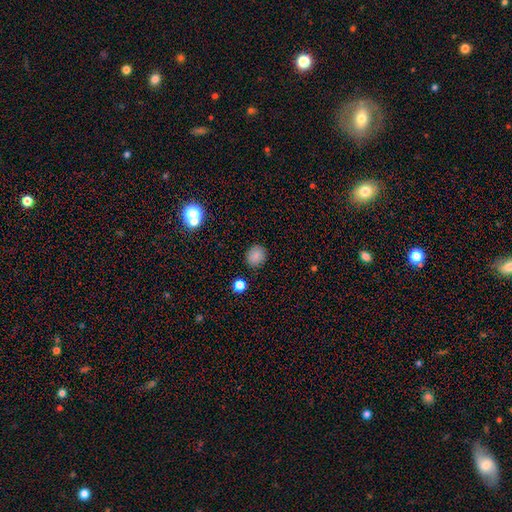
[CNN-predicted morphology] Smooth or featured?
  - smooth: 81% *
  - star or artifact: 13%
  - featured or disk: 6%
How rounded?
  - round: 77% *
  - in between: 22%
  - cigar-shaped: 1%
Merging?
  - none: 86% *
  - minor disturbance: 10%
  - major disturbance: 3%
  - merger: 2%